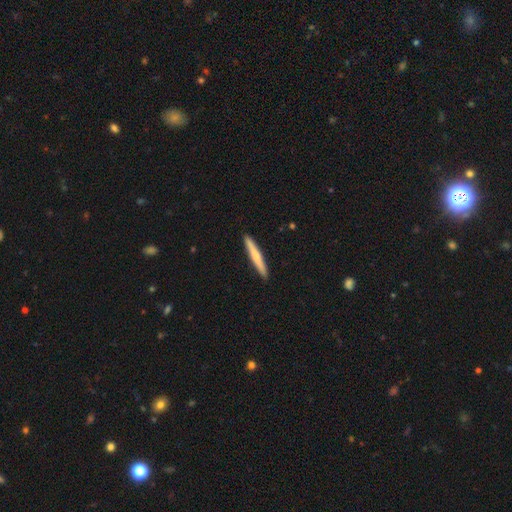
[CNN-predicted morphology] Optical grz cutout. It shows a smooth galaxy with no disk features (60%) that is cigar-shaped (96%). Merging: none (92%).